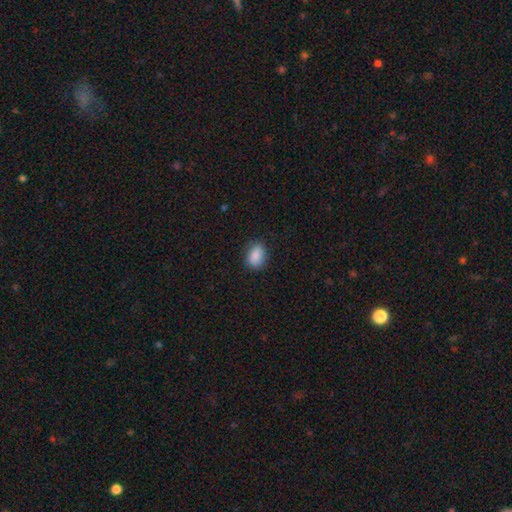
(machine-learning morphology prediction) smooth_or_featured: smooth (p=0.89) [alt: star or artifact p=0.08]
how_rounded: in between (p=0.77) [alt: round p=0.22]
merging: none (p=0.82) [alt: minor disturbance p=0.14]